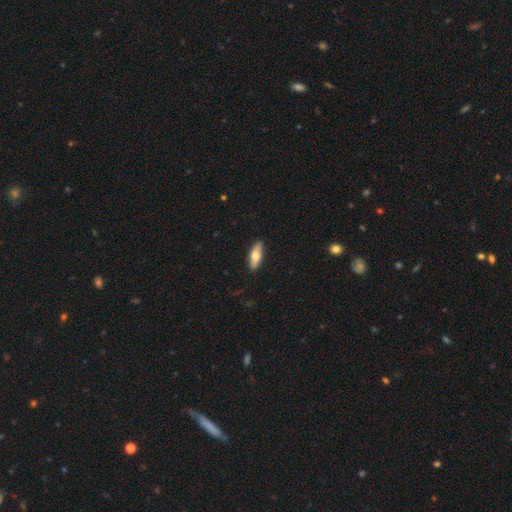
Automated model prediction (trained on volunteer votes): A smooth galaxy with no disk features (63%) that is in between round and cigar-shaped (57%).

Vote fractions:
- Smooth or featured? smooth: 63% / featured or disk: 32% / star or artifact: 5%
- How rounded? in between: 57% / cigar-shaped: 40% / round: 3%
- Merging? none: 89% / minor disturbance: 9% / major disturbance: 2% / merger: 1%